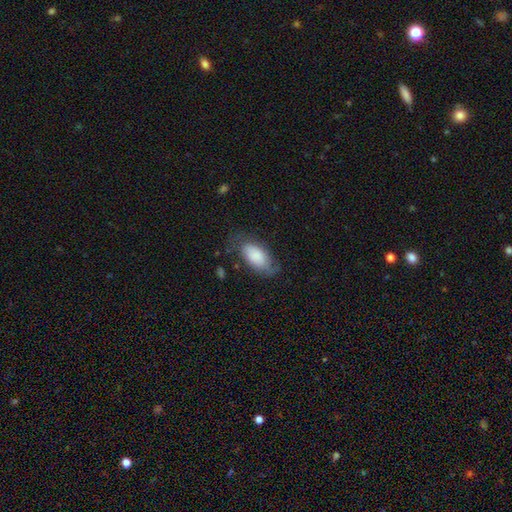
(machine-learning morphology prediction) type=smooth (77%); roundness=in between (93%); merging=none (55%).